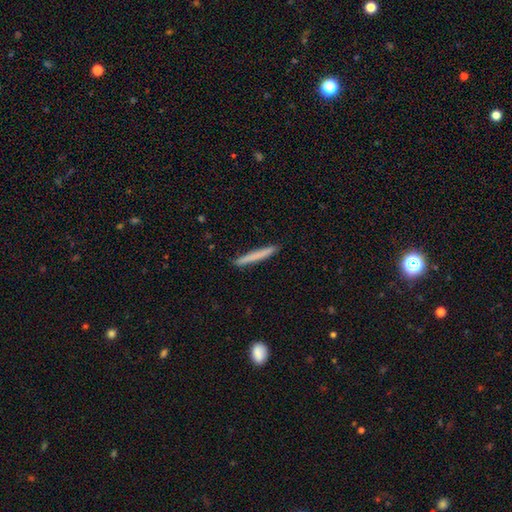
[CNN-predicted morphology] A smooth galaxy with no disk features (71%) that is cigar-shaped (97%).

Vote fractions:
- Smooth or featured? smooth: 71% / featured or disk: 23% / star or artifact: 6%
- How rounded? cigar-shaped: 97% / in between: 2% / round: 1%
- Merging? none: 92% / minor disturbance: 6% / major disturbance: 1% / merger: 1%